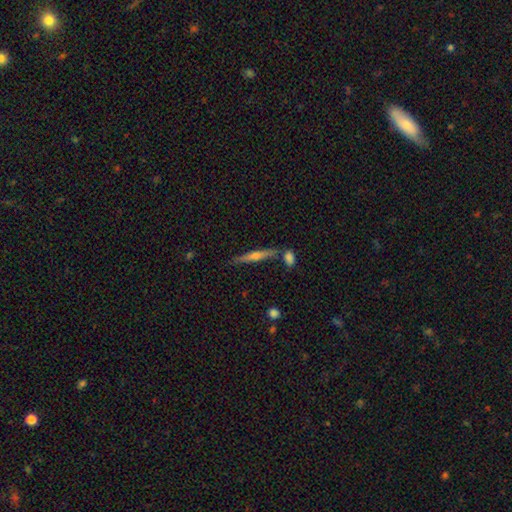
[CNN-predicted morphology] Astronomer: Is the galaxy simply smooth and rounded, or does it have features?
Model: featured or disk — 68%.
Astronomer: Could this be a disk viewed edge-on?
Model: yes — 97%.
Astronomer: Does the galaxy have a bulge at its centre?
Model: rounded — 84%.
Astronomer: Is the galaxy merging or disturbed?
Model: none — 80%.